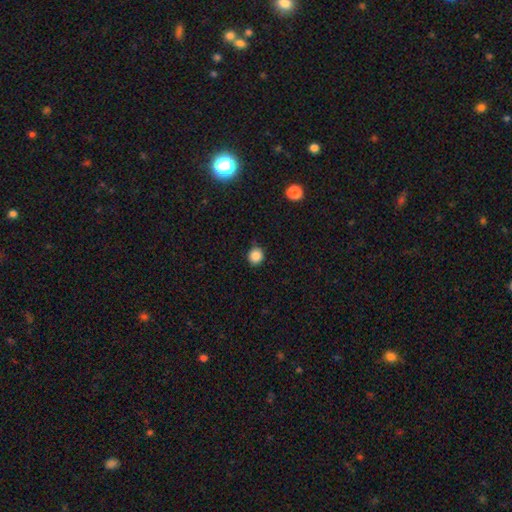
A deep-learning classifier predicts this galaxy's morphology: Smooth or featured: smooth — 86% (star or artifact — 10%)
How rounded: round — 87% (in between — 12%)
Merging: none — 86% (minor disturbance — 10%)